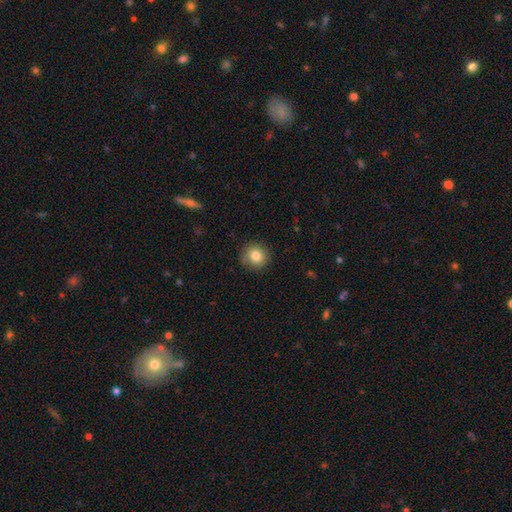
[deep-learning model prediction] Smooth or featured?
  - smooth: 82% *
  - star or artifact: 10%
  - featured or disk: 8%
How rounded?
  - round: 92% *
  - in between: 7%
  - cigar-shaped: 1%
Merging?
  - none: 87% *
  - minor disturbance: 9%
  - major disturbance: 2%
  - merger: 1%